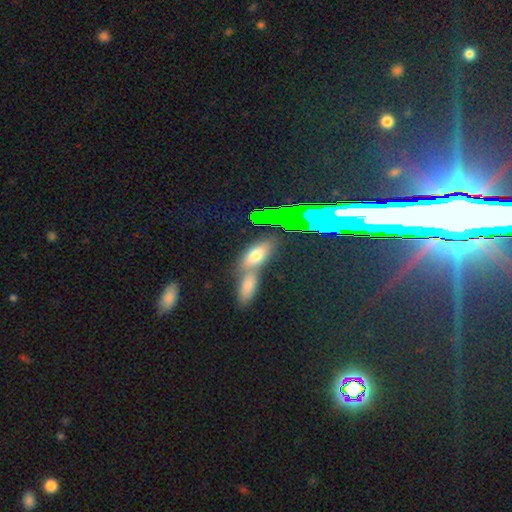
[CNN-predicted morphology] The model was most divided on "merging": none: 44%, merger: 41%, minor disturbance: 9%, major disturbance: 5%. More confident: how rounded — in between (70%); smooth or featured — smooth (61%).